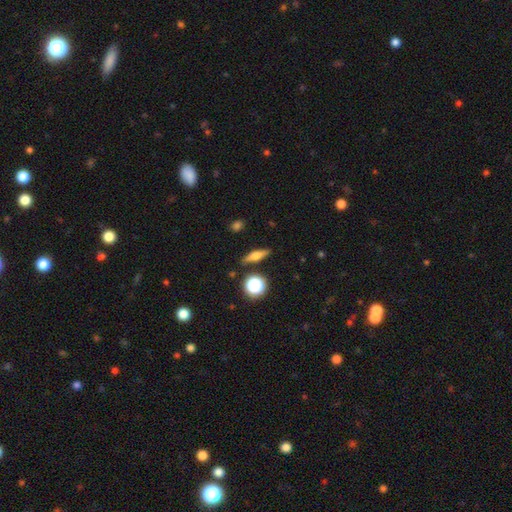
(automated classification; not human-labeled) Q: Smooth or featured?
A: smooth (47%); runner-up: featured or disk (42%)
Q: Merging?
A: none (86%); runner-up: minor disturbance (9%)